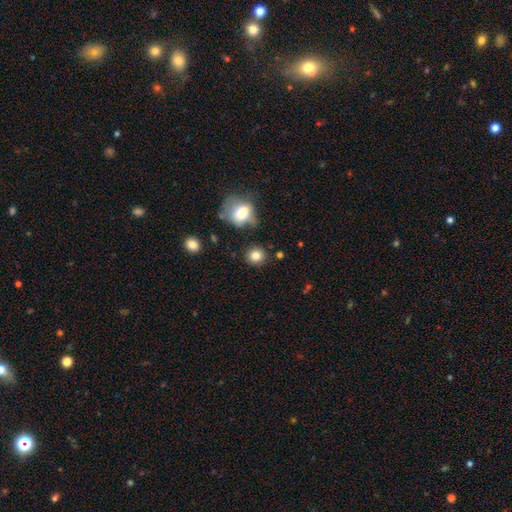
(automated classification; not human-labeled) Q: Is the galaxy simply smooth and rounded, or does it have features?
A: smooth — 82%.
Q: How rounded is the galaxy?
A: round — 86%.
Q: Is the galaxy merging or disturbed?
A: none — 84%.